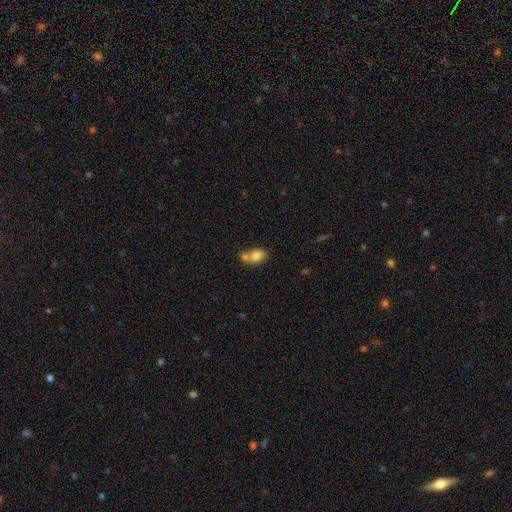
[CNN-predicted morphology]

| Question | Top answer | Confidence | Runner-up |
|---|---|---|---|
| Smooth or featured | smooth | 78% | featured or disk (13%) |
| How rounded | in between | 72% | round (27%) |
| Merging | merger | 53% | none (32%) |